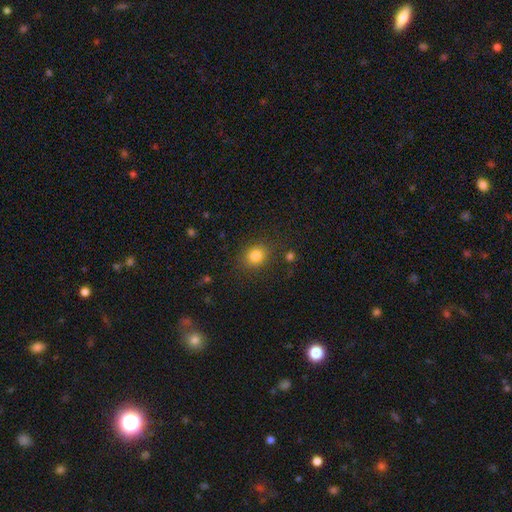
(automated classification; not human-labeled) smooth_or_featured: smooth (p=0.82) [alt: star or artifact p=0.12]
how_rounded: round (p=0.69) [alt: in between p=0.30]
merging: none (p=0.83) [alt: minor disturbance p=0.10]